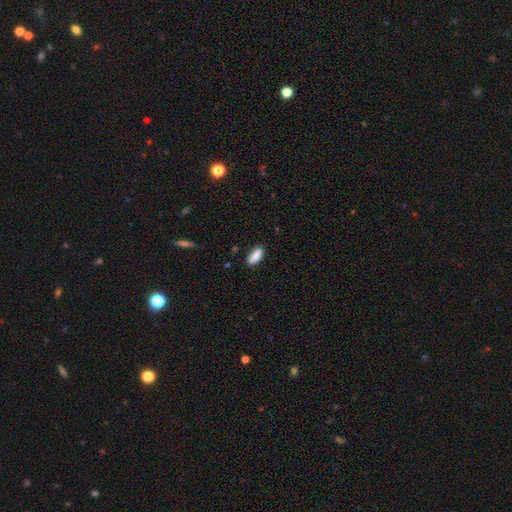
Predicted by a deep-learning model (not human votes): smooth-or-featured: smooth: 88% | star or artifact: 7% | featured or disk: 5%
  how-rounded: in between: 76% | cigar-shaped: 21% | round: 2%
  merging: none: 83% | minor disturbance: 13% | major disturbance: 2% | merger: 2%